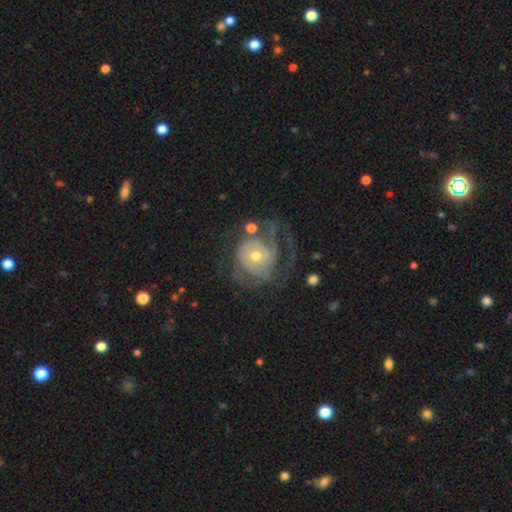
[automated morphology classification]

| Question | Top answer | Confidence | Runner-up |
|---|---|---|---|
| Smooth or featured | featured or disk | 81% | smooth (13%) |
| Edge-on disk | no | 98% | yes (2%) |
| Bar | no | 77% | weak (19%) |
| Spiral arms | yes | 90% | no (10%) |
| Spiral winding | tight | 54% | medium (31%) |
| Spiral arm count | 2 | 30% | can't tell (28%) |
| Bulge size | moderate | 62% | small (32%) |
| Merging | none | 49% | major disturbance (28%) |